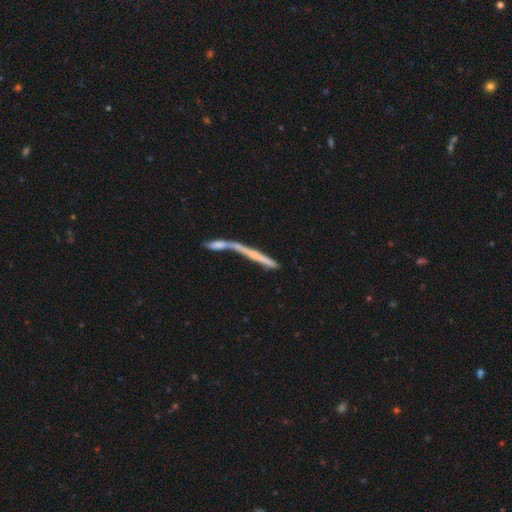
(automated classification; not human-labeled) Smooth or featured?
  - featured or disk: 51% *
  - smooth: 40%
  - star or artifact: 9%
Edge-on disk?
  - yes: 79% *
  - no: 21%
Merging?
  - merger: 56% *
  - none: 26%
  - major disturbance: 10%
  - minor disturbance: 9%